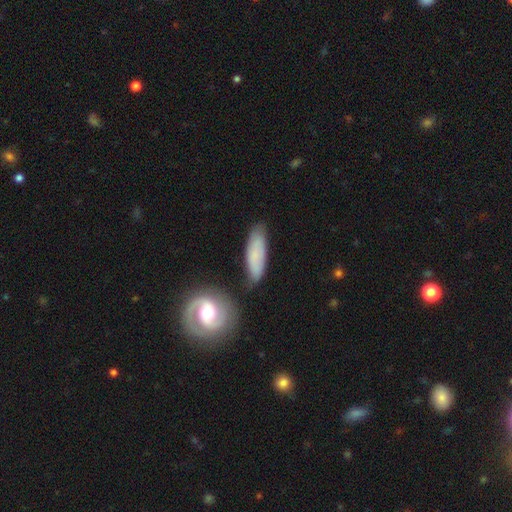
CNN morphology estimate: smooth 65%, featured or disk 28%, star or artifact 7%. Down the decision tree: how rounded — in between (56%); merging — none (73%).